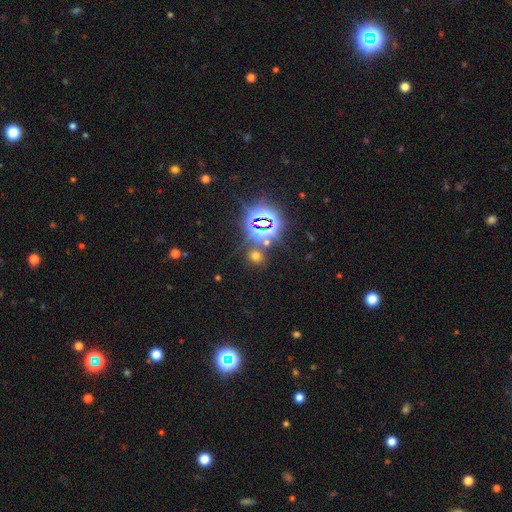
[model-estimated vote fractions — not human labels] This appears to be a star or artifact, not a galaxy (49%).